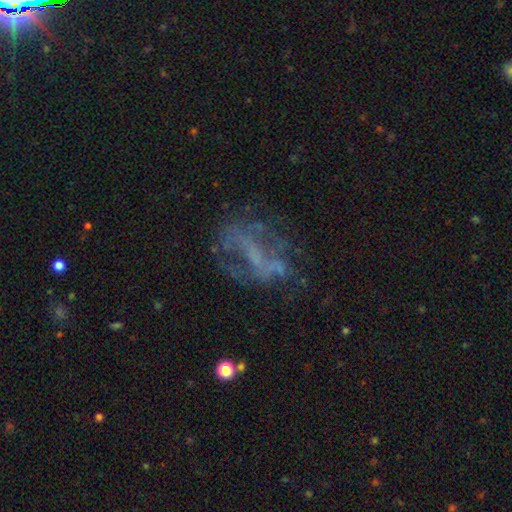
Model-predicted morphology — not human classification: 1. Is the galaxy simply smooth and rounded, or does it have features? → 58% featured or disk, 24% star or artifact, 18% smooth.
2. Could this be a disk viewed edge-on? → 93% no, 7% yes.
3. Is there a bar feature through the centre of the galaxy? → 55% no, 25% weak, 20% strong.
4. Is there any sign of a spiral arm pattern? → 71% no, 29% yes.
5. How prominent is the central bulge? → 69% none, 20% small, 8% moderate, 2% large, 1% dominant.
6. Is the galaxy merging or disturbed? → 50% none, 27% major disturbance, 17% minor disturbance, 5% merger.